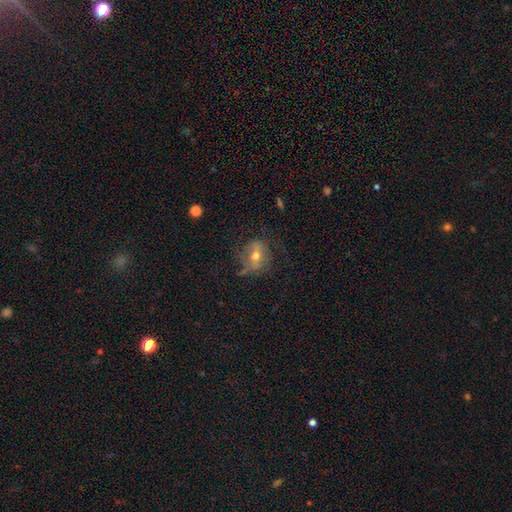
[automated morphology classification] This is possibly a featured or disk galaxy (47%). Merging: likely none (62%).